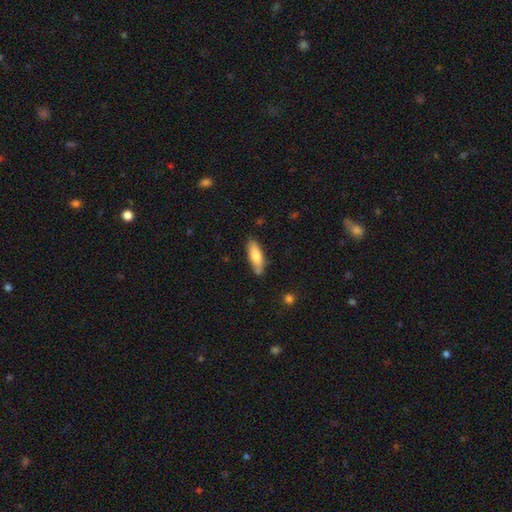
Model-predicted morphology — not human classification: A smooth galaxy with no disk features (76%) that is in between round and cigar-shaped (56%). Merging: none (76%).